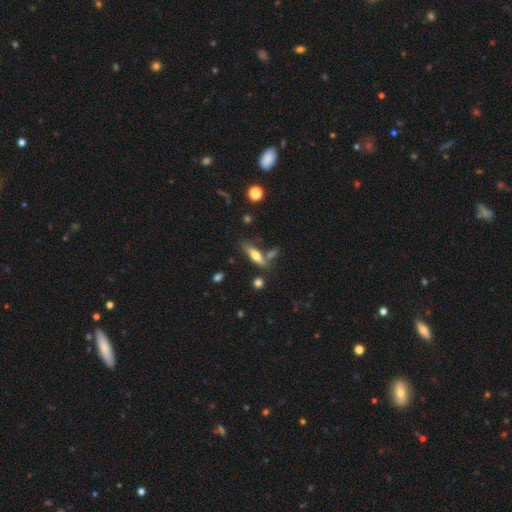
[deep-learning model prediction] Smooth or featured?
  - smooth: 47% *
  - featured or disk: 46%
  - star or artifact: 7%
Merging?
  - none: 70% *
  - minor disturbance: 14%
  - merger: 12%
  - major disturbance: 4%